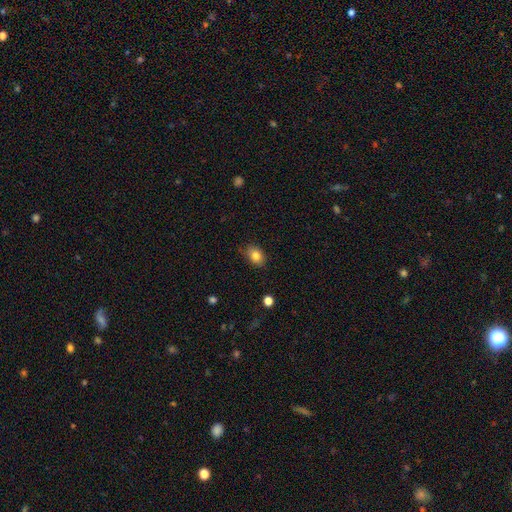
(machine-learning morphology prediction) The model was most divided on "how rounded": in between: 76%, round: 23%, cigar-shaped: 1%. More confident: merging — none (83%); smooth or featured — smooth (82%).